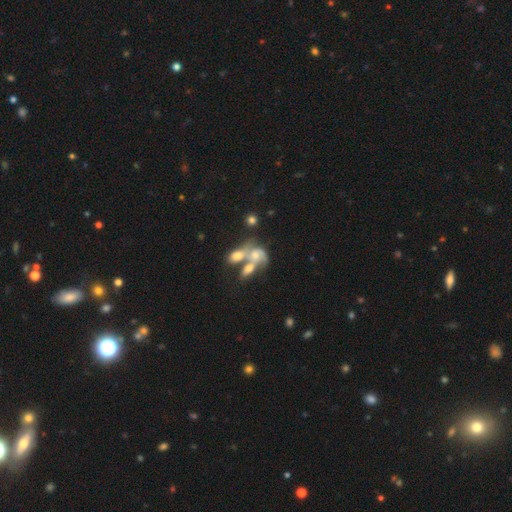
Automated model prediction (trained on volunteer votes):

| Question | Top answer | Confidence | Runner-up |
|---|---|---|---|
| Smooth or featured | featured or disk | 58% | smooth (31%) |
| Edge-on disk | no | 95% | yes (5%) |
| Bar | no | 74% | weak (21%) |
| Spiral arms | yes | 70% | no (30%) |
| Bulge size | moderate | 47% | small (32%) |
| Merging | merger | 60% | none (19%) |